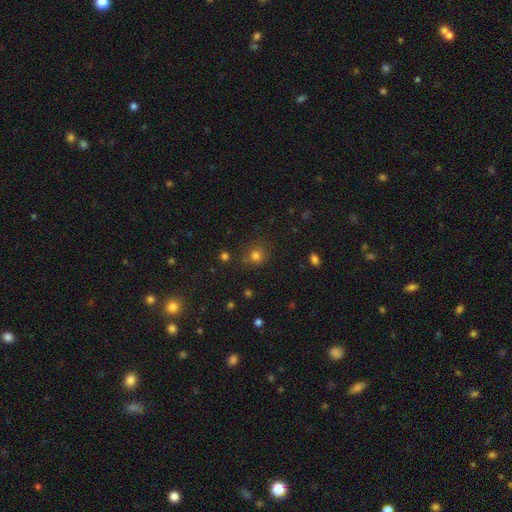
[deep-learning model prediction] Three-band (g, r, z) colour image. It shows a smooth galaxy with no disk features (76%) that is round (87%). Merging: none (76%).